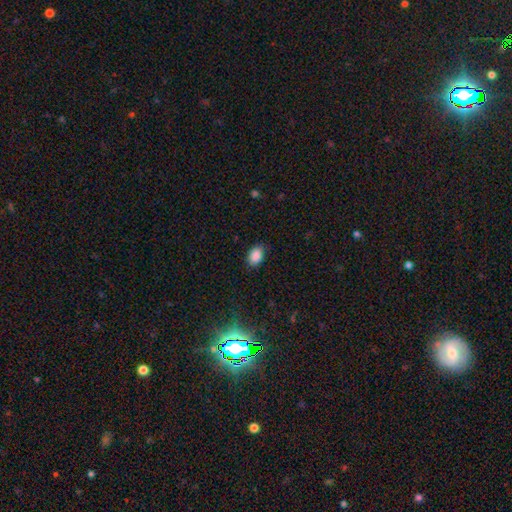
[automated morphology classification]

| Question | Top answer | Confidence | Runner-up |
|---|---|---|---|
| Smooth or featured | smooth | 87% | star or artifact (9%) |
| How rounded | in between | 83% | round (16%) |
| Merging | none | 82% | minor disturbance (14%) |